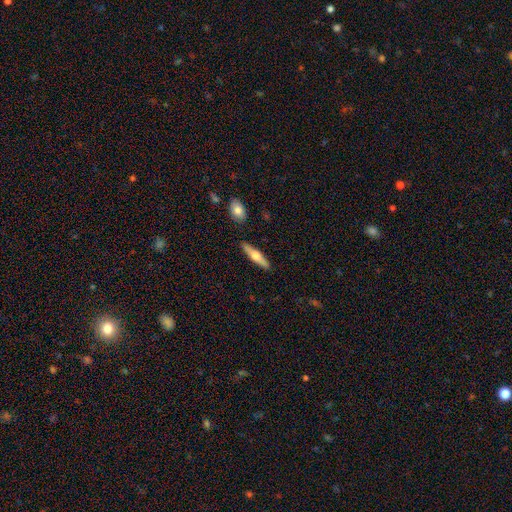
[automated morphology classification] smooth_or_featured: featured or disk (p=0.49) [alt: smooth p=0.46]
merging: none (p=0.87) [alt: minor disturbance p=0.08]